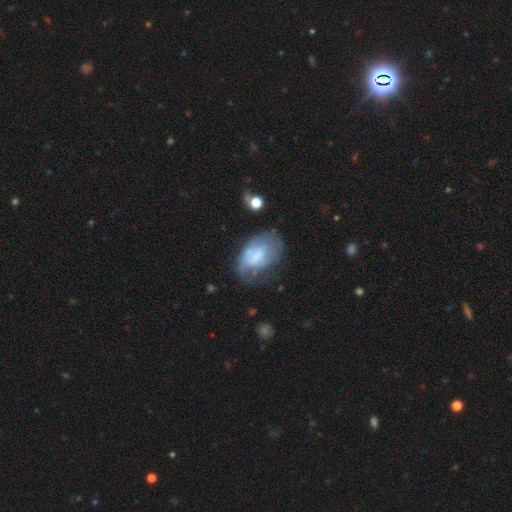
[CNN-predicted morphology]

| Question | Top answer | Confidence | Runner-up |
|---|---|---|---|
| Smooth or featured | smooth | 47% | featured or disk (45%) |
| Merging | none | 37% | minor disturbance (31%) |